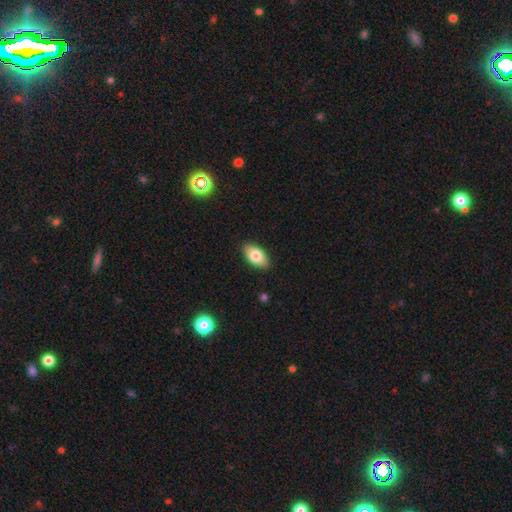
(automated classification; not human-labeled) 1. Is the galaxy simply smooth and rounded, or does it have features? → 79% smooth, 14% featured or disk, 7% star or artifact.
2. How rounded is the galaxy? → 93% in between, 4% round, 3% cigar-shaped.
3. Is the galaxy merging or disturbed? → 89% none, 9% minor disturbance, 2% major disturbance, 1% merger.